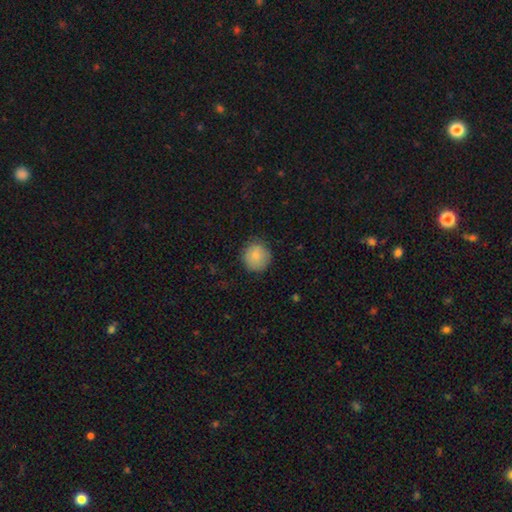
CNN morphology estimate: smooth_or_featured: smooth (p=0.85) [alt: star or artifact p=0.08]
how_rounded: round (p=0.92) [alt: in between p=0.08]
merging: none (p=0.84) [alt: minor disturbance p=0.12]